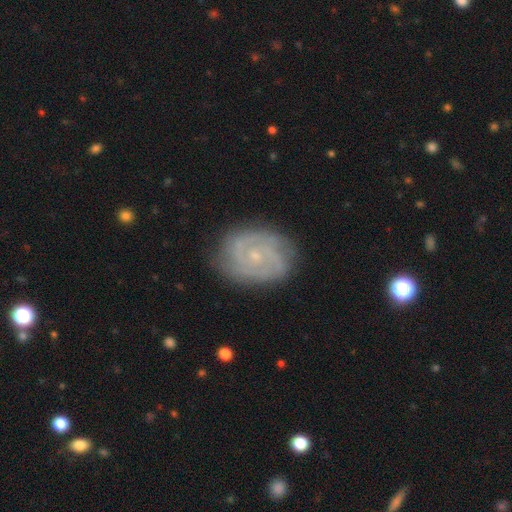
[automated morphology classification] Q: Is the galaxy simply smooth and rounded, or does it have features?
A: featured or disk — 80%.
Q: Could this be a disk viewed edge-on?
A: no — 97%.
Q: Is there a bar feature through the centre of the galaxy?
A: no — 71%.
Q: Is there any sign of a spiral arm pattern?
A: yes — 94%.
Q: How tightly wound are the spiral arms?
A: tight — 64%.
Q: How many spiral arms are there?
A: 2 — 44%.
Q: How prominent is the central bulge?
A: small — 79%.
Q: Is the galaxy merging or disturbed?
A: none — 81%.